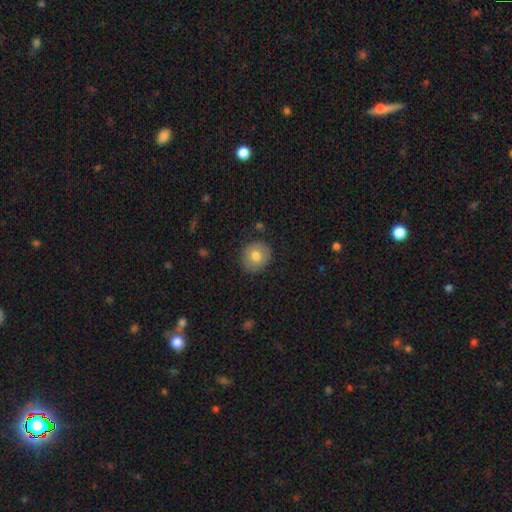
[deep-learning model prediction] smooth_or_featured: smooth (p=0.76) [alt: featured or disk p=0.16]
how_rounded: round (p=0.80) [alt: in between p=0.19]
merging: none (p=0.87) [alt: minor disturbance p=0.10]